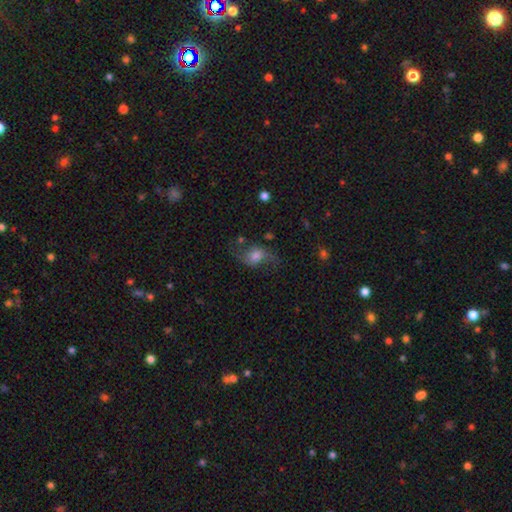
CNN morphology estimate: smooth-or-featured: featured or disk: 58% | smooth: 30% | star or artifact: 12%
  disk-edge-on: no: 94% | yes: 6%
    bar: no: 62% | weak: 31% | strong: 7%
    has-spiral-arms: yes: 88% | no: 12%
    bulge-size: moderate: 49% | large: 22% | small: 20% | none: 5% | dominant: 4%
  merging: none: 61% | minor disturbance: 20% | major disturbance: 16% | merger: 3%